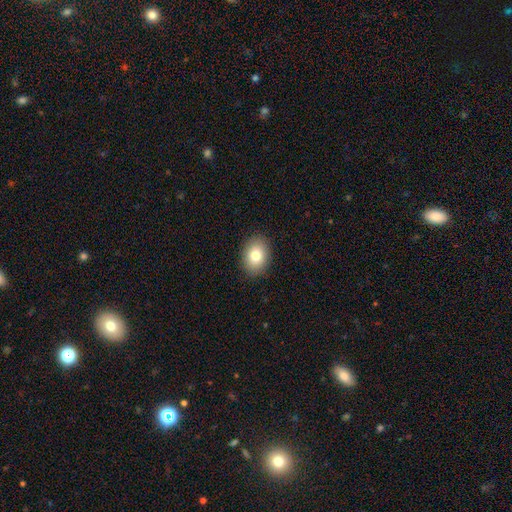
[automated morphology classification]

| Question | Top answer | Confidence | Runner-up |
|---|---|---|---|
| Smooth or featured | smooth | 80% | featured or disk (11%) |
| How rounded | in between | 70% | round (29%) |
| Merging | none | 89% | minor disturbance (8%) |